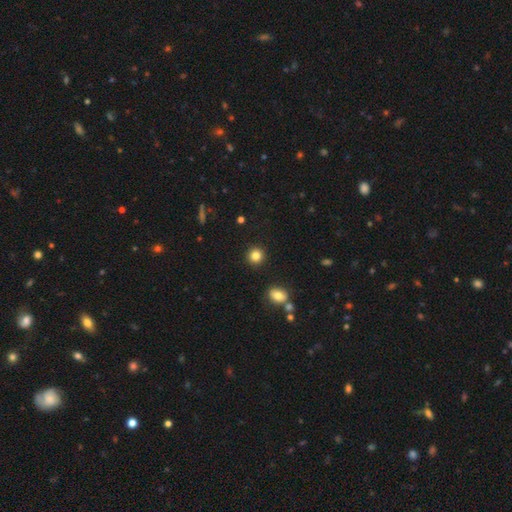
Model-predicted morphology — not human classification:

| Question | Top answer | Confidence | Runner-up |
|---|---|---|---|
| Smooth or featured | smooth | 83% | star or artifact (11%) |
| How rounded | round | 92% | in between (7%) |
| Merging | none | 92% | minor disturbance (5%) |